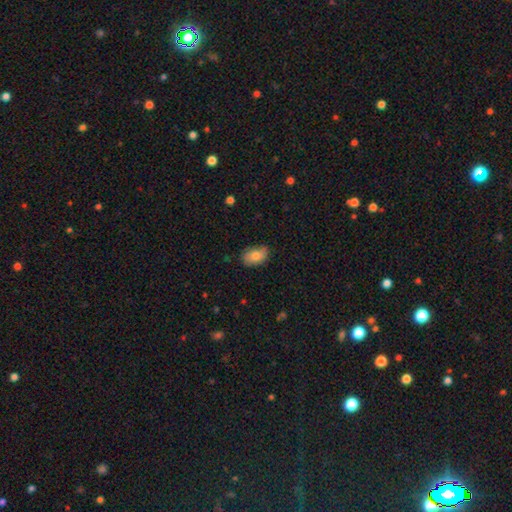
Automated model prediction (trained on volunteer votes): A smooth galaxy with no disk features (79%) that is in between round and cigar-shaped (89%). Merging: none (75%).